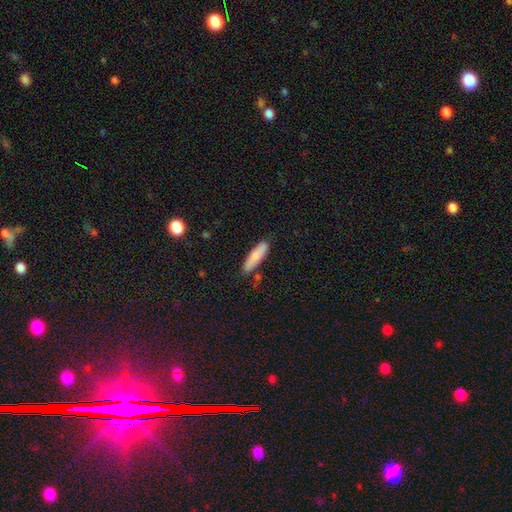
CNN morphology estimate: Smooth or featured? smooth (80%)
How rounded? cigar-shaped (64%)
Merging? none (81%)